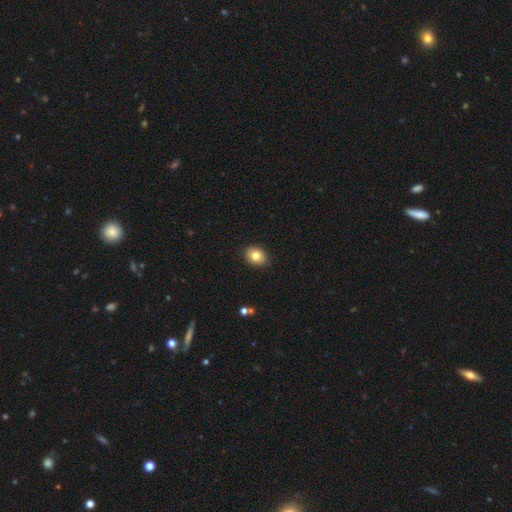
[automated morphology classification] smooth_or_featured: smooth (p=0.80) [alt: featured or disk p=0.11]
how_rounded: round (p=0.50) [alt: in between p=0.49]
merging: none (p=0.87) [alt: minor disturbance p=0.10]